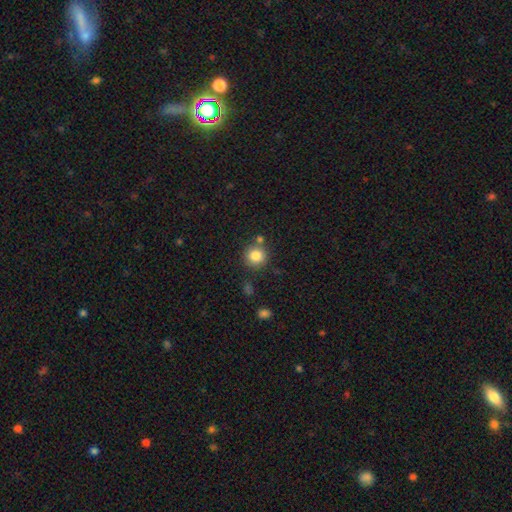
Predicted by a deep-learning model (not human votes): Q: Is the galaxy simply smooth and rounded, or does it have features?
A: smooth — 84%.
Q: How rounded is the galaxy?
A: round — 91%.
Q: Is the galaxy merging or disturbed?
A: none — 77%.